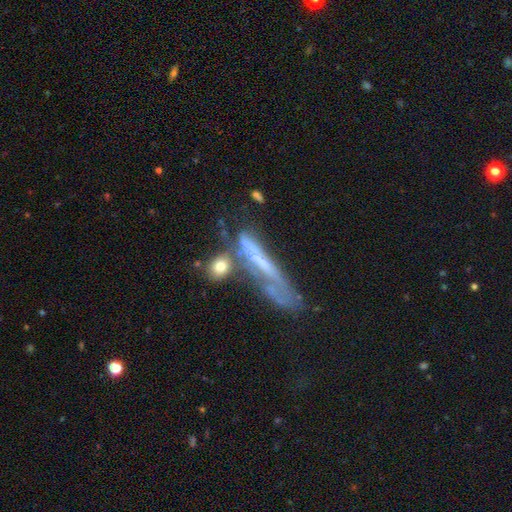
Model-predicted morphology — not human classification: Smooth or featured: featured or disk — 52% (smooth — 37%)
Edge-on disk: yes — 54% (no — 46%)
Merging: none — 30% (major disturbance — 27%)